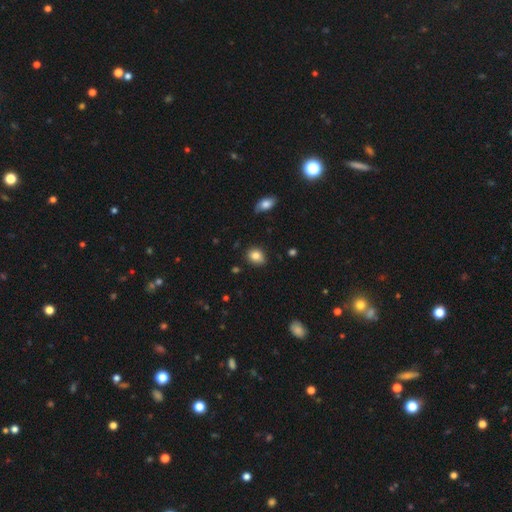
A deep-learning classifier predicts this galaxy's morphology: smooth-or-featured: smooth: 83% | star or artifact: 10% | featured or disk: 7%
  how-rounded: in between: 50% | round: 49% | cigar-shaped: 1%
  merging: none: 80% | minor disturbance: 16% | major disturbance: 3% | merger: 2%